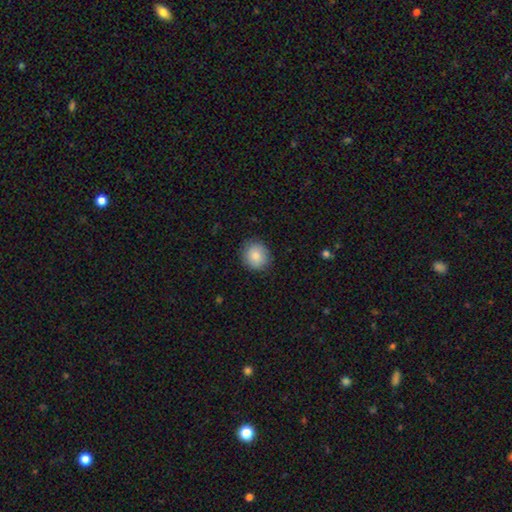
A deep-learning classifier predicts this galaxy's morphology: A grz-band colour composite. It shows a smooth galaxy with no disk features (85%) that is round (85%). Merging: none (87%).